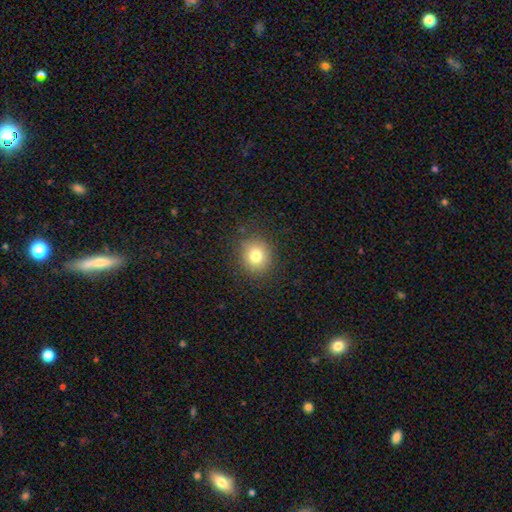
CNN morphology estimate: A smooth galaxy with no disk features (78%) that is round (84%).

Vote fractions:
- Smooth or featured? smooth: 78% / star or artifact: 13% / featured or disk: 9%
- How rounded? round: 84% / in between: 15% / cigar-shaped: 1%
- Merging? none: 87% / minor disturbance: 9% / major disturbance: 3% / merger: 1%